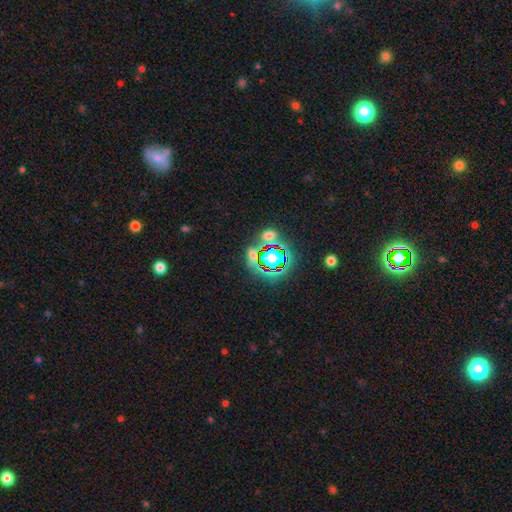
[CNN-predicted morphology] This is likely a star or artifact rather than a galaxy (70%).